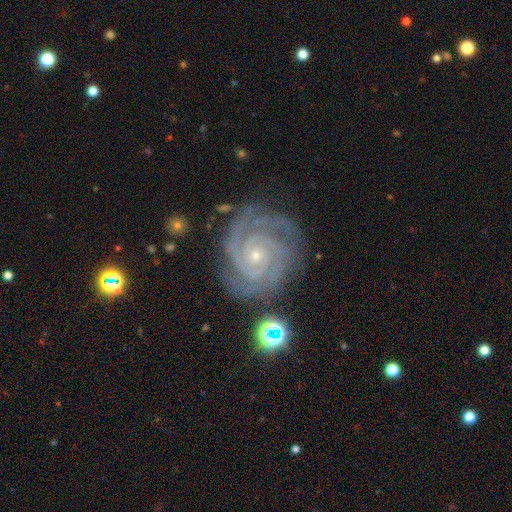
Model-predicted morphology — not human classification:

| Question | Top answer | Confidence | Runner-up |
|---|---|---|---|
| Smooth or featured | featured or disk | 92% | star or artifact (6%) |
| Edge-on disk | no | 98% | yes (2%) |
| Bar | no | 73% | weak (18%) |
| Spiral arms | yes | 99% | no (1%) |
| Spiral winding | tight | 83% | medium (16%) |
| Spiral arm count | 3 | 38% | 2 (27%) |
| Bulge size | small | 83% | moderate (14%) |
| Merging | none | 78% | minor disturbance (15%) |